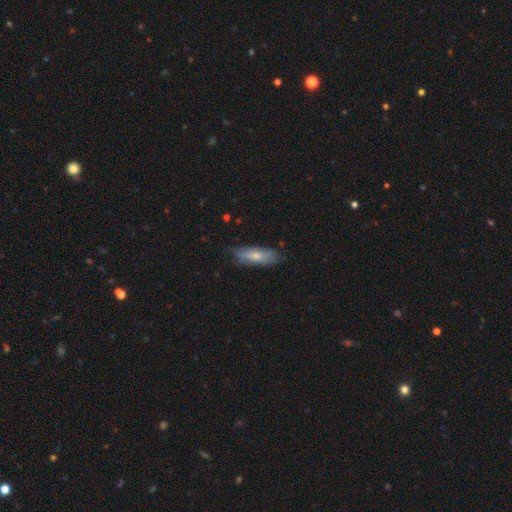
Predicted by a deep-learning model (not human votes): A smooth galaxy with no disk features (63%) that is in between round and cigar-shaped (55%). Merging: none (75%).